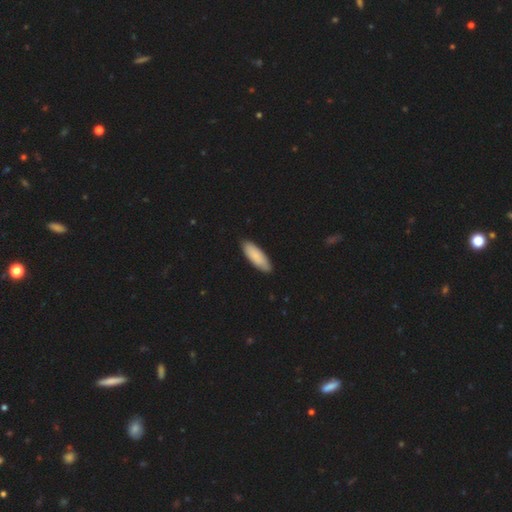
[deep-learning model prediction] Morphology: type=smooth (86%); roundness=in between (63%); merging=none (88%).